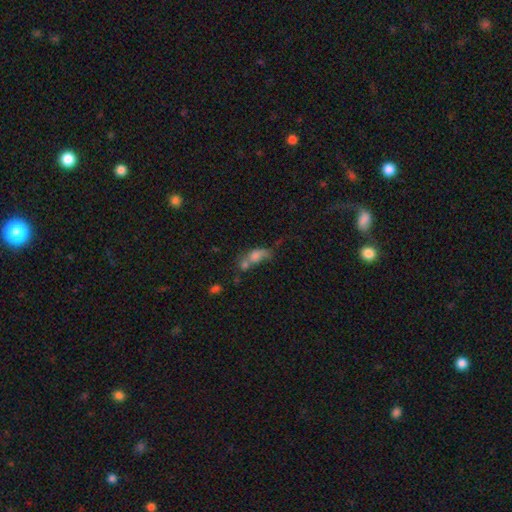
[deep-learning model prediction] Overall: smooth (66%). How rounded: in between (70%). Merging: merger (55%; none 18%).